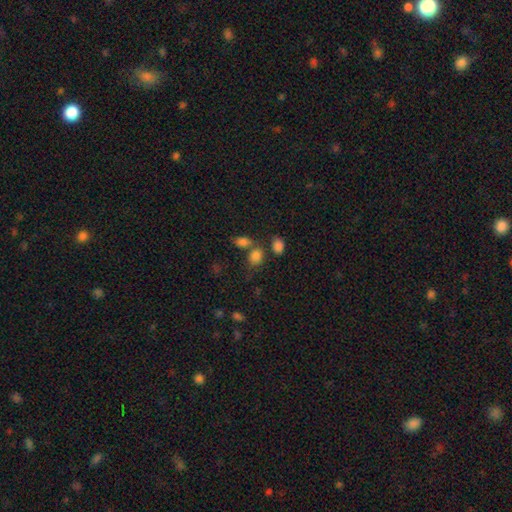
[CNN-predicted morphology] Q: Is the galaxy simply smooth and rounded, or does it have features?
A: smooth — 82%.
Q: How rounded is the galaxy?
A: in between — 61%.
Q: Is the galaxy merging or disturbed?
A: none — 54%.